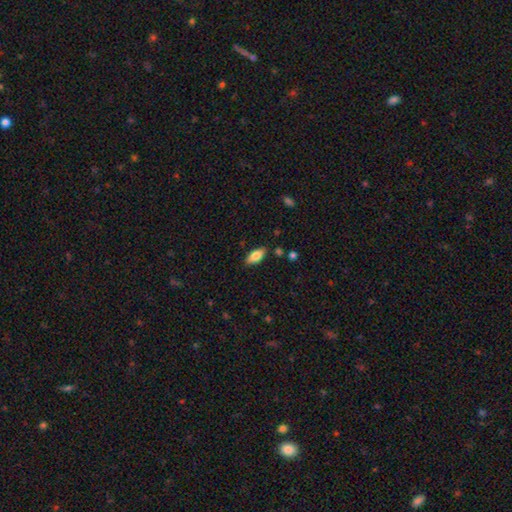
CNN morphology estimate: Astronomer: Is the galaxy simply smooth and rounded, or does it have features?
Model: smooth — 78%.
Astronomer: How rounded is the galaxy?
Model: in between — 85%.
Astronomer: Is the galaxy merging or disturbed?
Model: none — 85%.